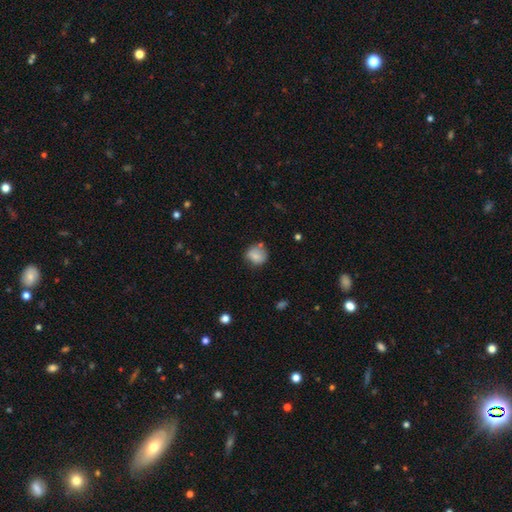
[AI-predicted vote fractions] smooth 78%, featured or disk 12%, star or artifact 9%. Down the decision tree: how rounded — round (79%); merging — none (63%).